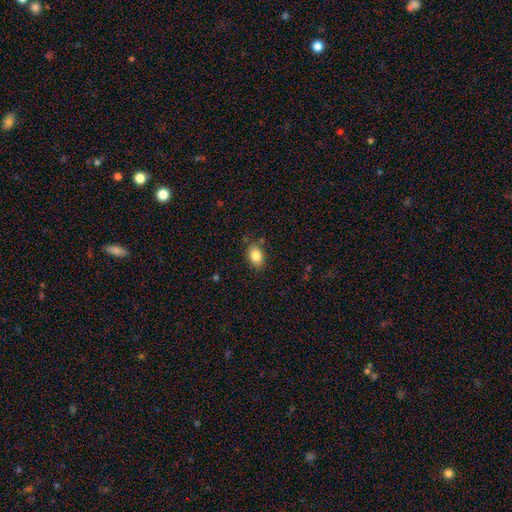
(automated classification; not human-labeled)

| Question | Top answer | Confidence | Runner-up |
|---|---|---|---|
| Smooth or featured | smooth | 84% | star or artifact (8%) |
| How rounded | in between | 78% | round (21%) |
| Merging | none | 82% | minor disturbance (13%) |